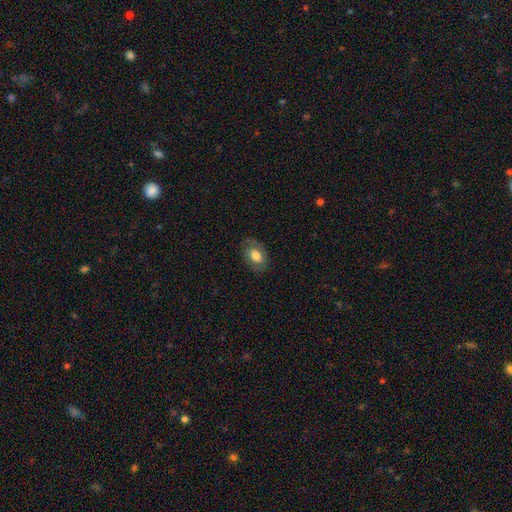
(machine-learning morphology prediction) smooth_or_featured: smooth (p=0.60) [alt: featured or disk p=0.32]
how_rounded: in between (p=0.81) [alt: round p=0.18]
merging: none (p=0.75) [alt: minor disturbance p=0.17]